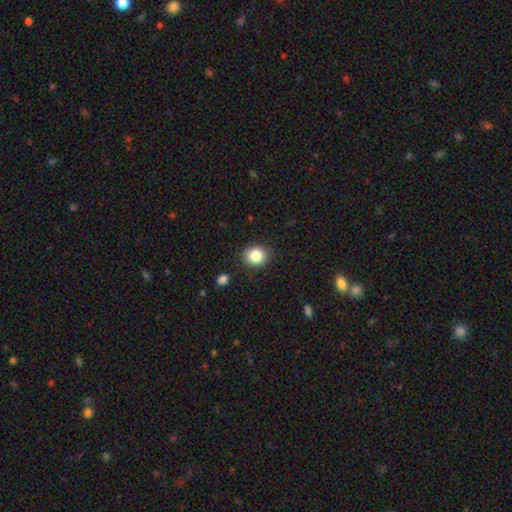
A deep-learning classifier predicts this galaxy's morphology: This appears to be a smooth galaxy with no disk features (85%) that is round (67%). Merging: none (87%).